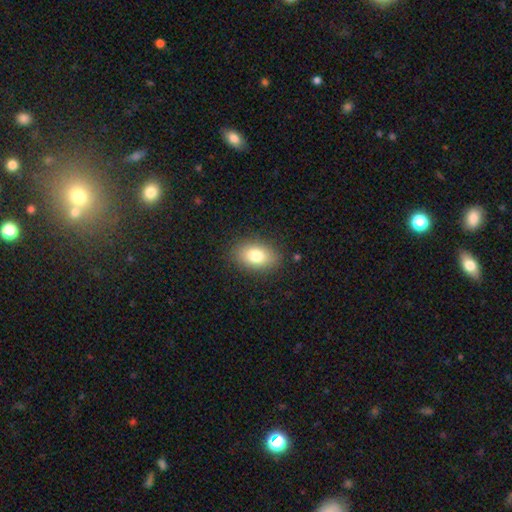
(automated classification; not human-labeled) Q: Smooth or featured?
A: smooth (80%); runner-up: featured or disk (11%)
Q: How rounded?
A: in between (85%); runner-up: round (14%)
Q: Merging?
A: none (86%); runner-up: minor disturbance (10%)